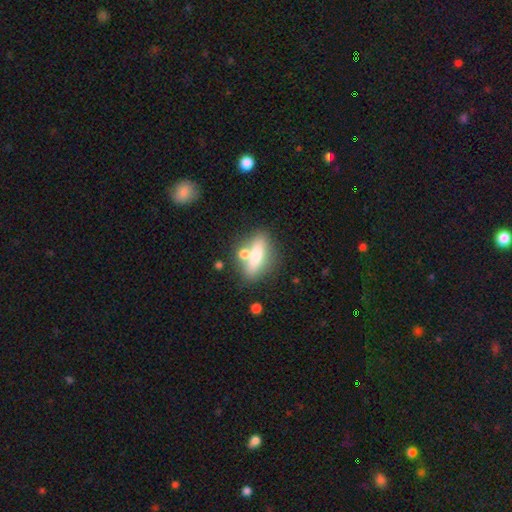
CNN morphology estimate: Q: Smooth or featured?
A: smooth (64%); runner-up: featured or disk (28%)
Q: How rounded?
A: in between (57%); runner-up: cigar-shaped (35%)
Q: Merging?
A: none (61%); runner-up: merger (20%)